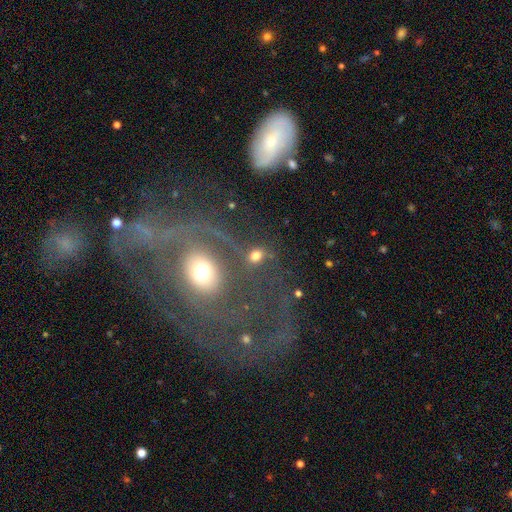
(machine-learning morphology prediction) Smooth or featured? smooth (61%)
How rounded? round (55%)
Merging? none (60%)